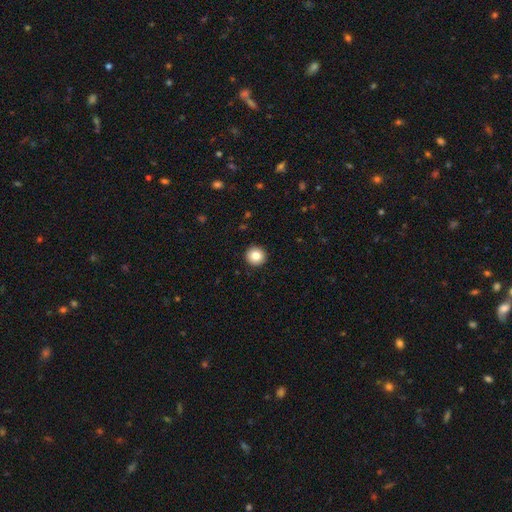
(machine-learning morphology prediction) A smooth galaxy with no disk features (83%) that is round (96%). Merging: none (93%).